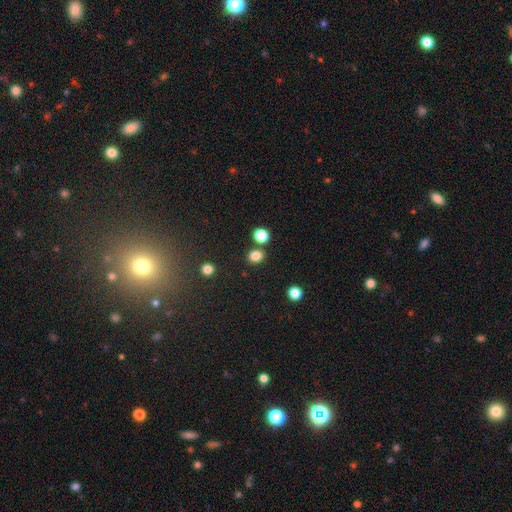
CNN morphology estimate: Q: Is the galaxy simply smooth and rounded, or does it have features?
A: smooth — 83%.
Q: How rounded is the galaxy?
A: round — 65%.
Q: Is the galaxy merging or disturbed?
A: none — 76%.